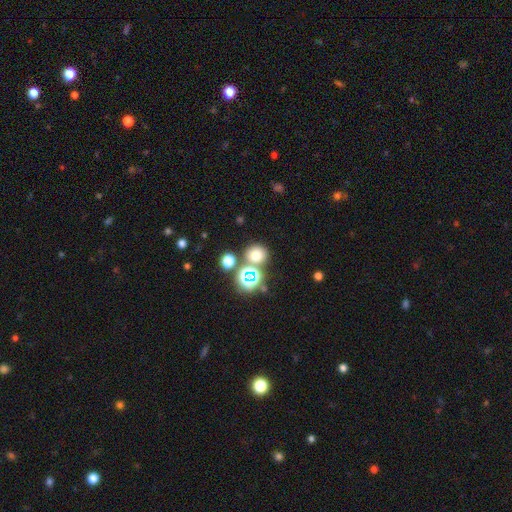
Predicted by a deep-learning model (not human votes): The model was most divided on "smooth or featured": smooth: 66%, star or artifact: 26%, featured or disk: 8%. More confident: how rounded — round (85%); merging — none (69%).